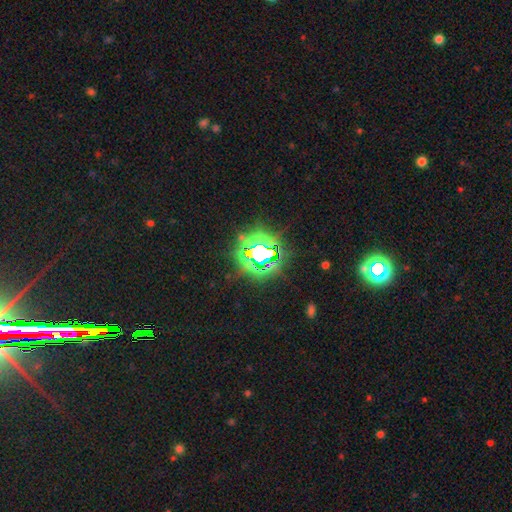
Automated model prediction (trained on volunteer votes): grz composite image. It shows a star or artifact, not a galaxy (77%).